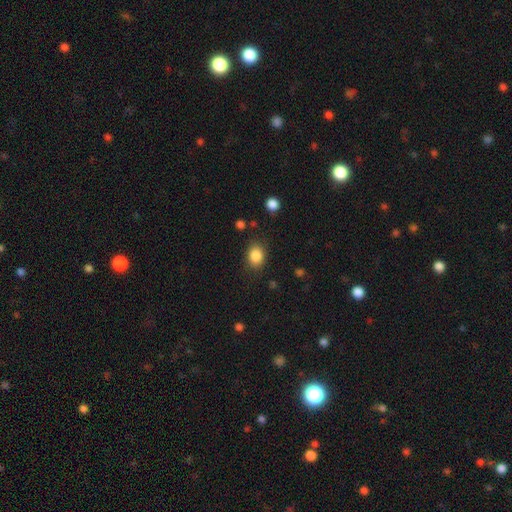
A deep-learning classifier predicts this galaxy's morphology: smooth_or_featured: smooth (p=0.86) [alt: star or artifact p=0.09]
how_rounded: in between (p=0.59) [alt: round p=0.40]
merging: none (p=0.81) [alt: minor disturbance p=0.13]